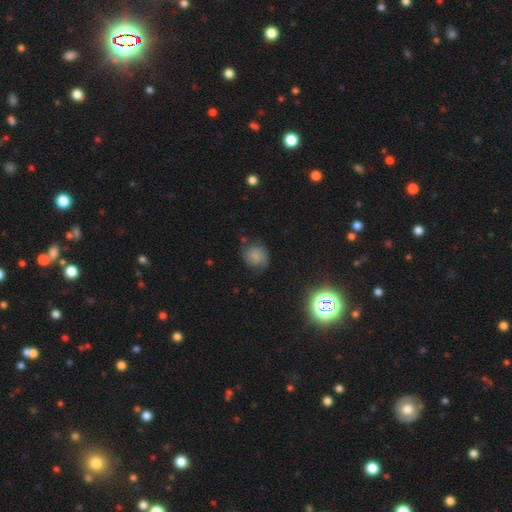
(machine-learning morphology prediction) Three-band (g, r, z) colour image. It shows a smooth galaxy with no disk features (59%) that is round (75%). Merging: none (60%).